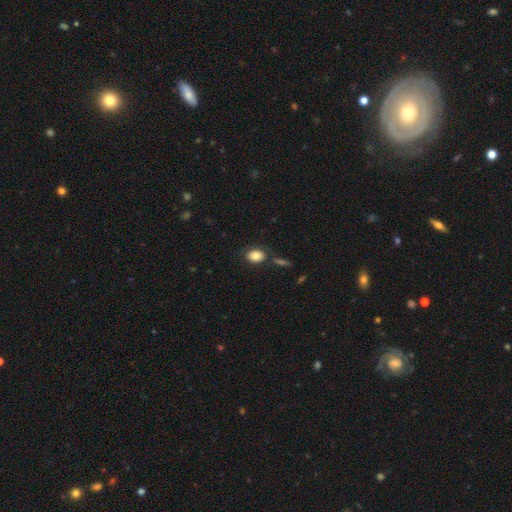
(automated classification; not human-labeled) This is clearly a smooth galaxy (84%). How rounded: likely in between (68%). Merging: likely none (75%).